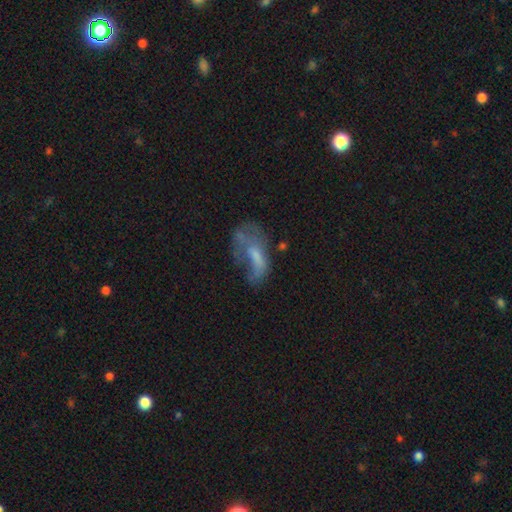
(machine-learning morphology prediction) smooth-or-featured: featured or disk: 46% | smooth: 41% | star or artifact: 14%
  merging: major disturbance: 40% | none: 31% | minor disturbance: 22% | merger: 7%